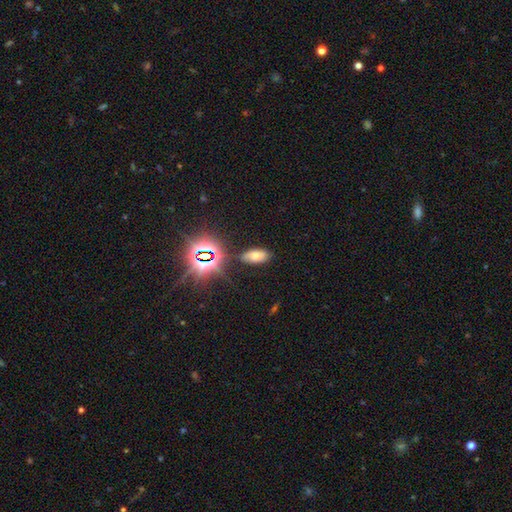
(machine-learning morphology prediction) Overall: smooth (62%; star or artifact 28%). How rounded: in between (91%). Merging: none (81%).